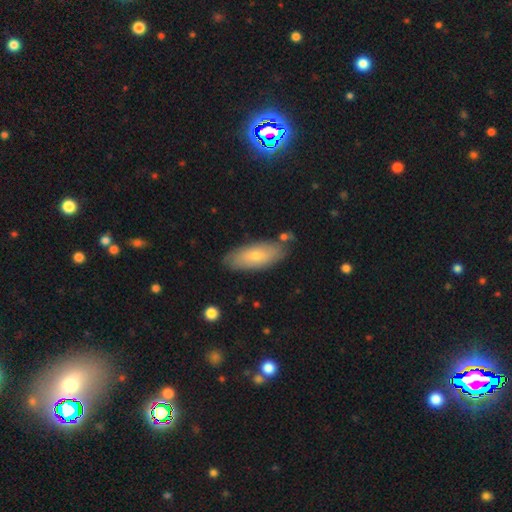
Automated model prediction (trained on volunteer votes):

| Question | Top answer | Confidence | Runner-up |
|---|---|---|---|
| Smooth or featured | smooth | 62% | featured or disk (30%) |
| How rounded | in between | 77% | cigar-shaped (21%) |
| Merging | none | 81% | minor disturbance (14%) |